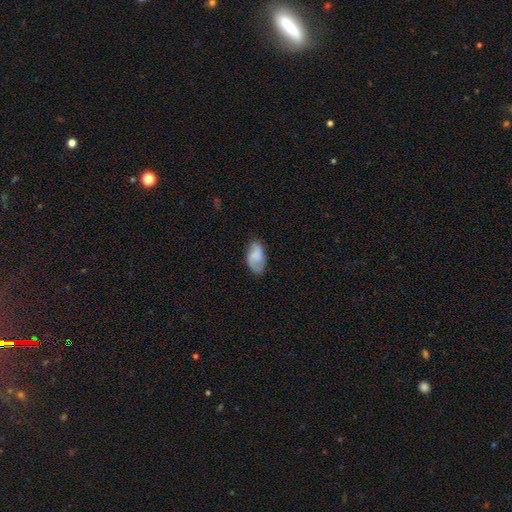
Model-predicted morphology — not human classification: This appears to be a smooth galaxy with no disk features (55%) that is in between round and cigar-shaped (93%). Merging: none (71%).